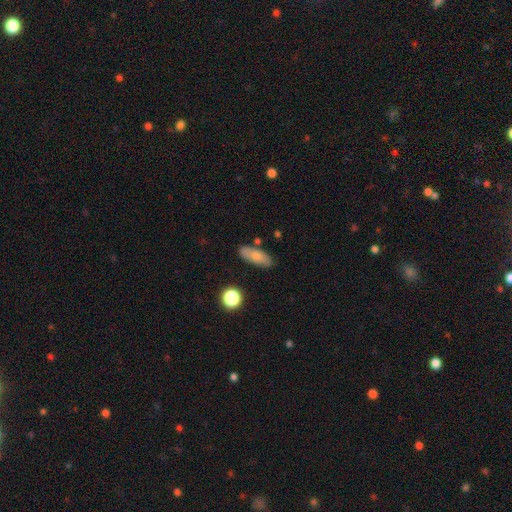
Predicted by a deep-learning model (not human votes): Smooth or featured: smooth — 75% (featured or disk — 17%)
How rounded: in between — 74% (cigar-shaped — 22%)
Merging: none — 79% (minor disturbance — 14%)